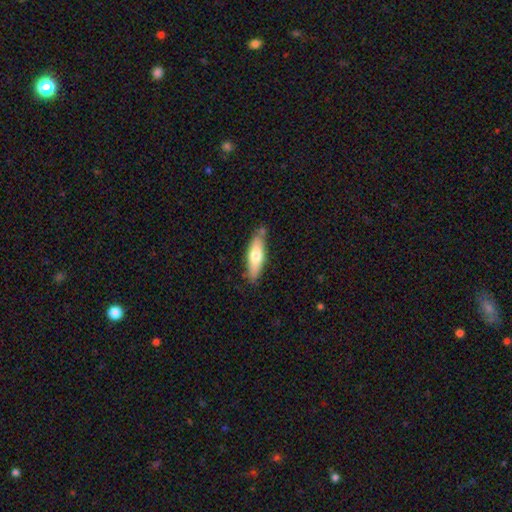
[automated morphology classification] Q: Smooth or featured?
A: smooth (66%); runner-up: featured or disk (29%)
Q: How rounded?
A: cigar-shaped (53%); runner-up: in between (45%)
Q: Merging?
A: none (75%); runner-up: minor disturbance (17%)